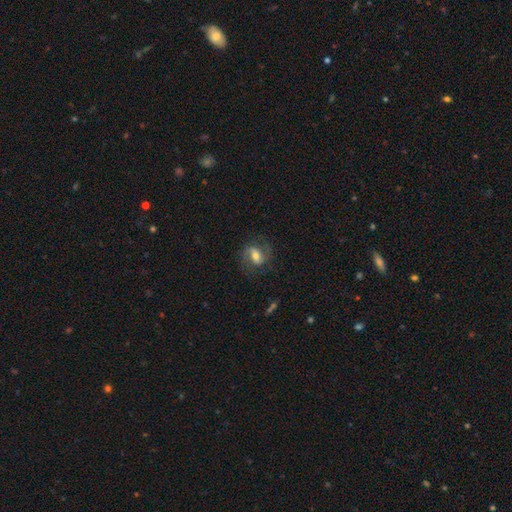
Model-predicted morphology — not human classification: A featured or disk galaxy (72%) with a weak bar (45%), 2 (86%) medium (50%) spiral arms (92%) and a moderate central bulge (64%). Merging: none (72%).